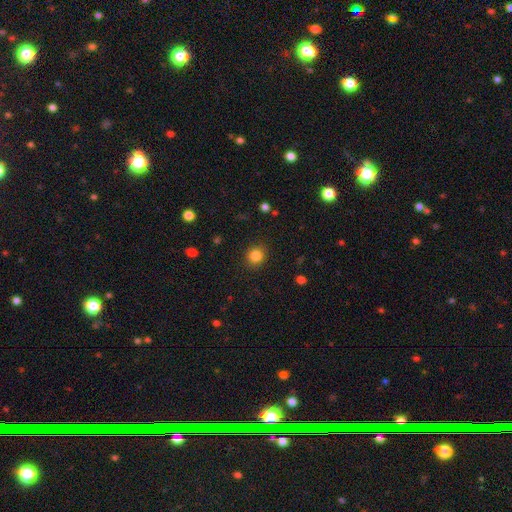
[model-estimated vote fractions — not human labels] This appears to be a smooth galaxy with no disk features (84%) that is round (86%). Merging: none (89%).